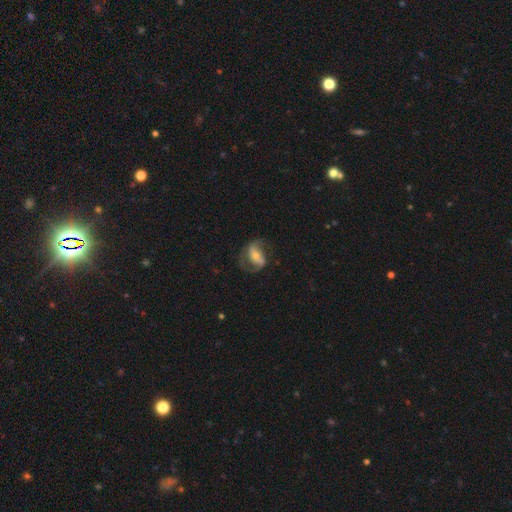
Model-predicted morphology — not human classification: smooth_or_featured: featured or disk (p=0.66) [alt: smooth p=0.27]
disk_edge_on: no (p=0.95) [alt: yes p=0.05]
bar: strong (p=0.42) [alt: weak p=0.31]
has_spiral_arms: yes (p=0.80) [alt: no p=0.20]
spiral_winding: medium (p=0.47) [alt: loose p=0.34]
spiral_arm_count: 2 (p=0.83) [alt: can't tell p=0.09]
bulge_size: small (p=0.44) [alt: moderate p=0.42]
merging: none (p=0.59) [alt: major disturbance p=0.20]